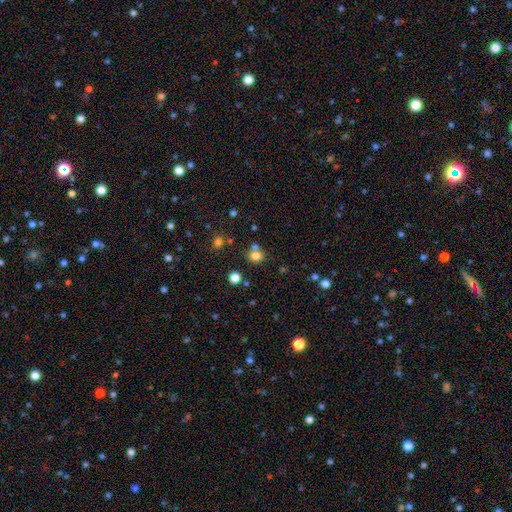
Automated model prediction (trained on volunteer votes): Smooth or featured: smooth — 77% (star or artifact — 16%)
How rounded: round — 75% (in between — 24%)
Merging: none — 64% (merger — 23%)